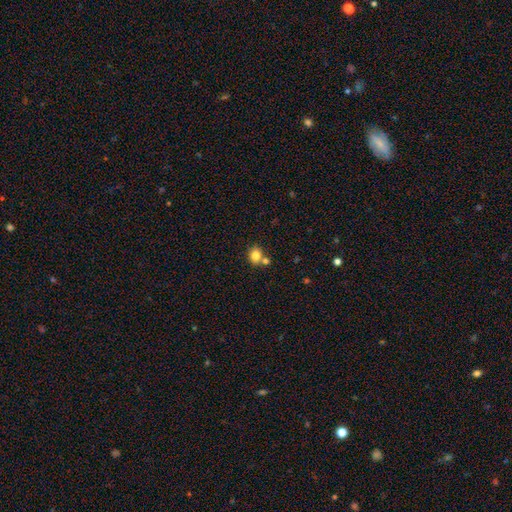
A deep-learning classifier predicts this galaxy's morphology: smooth_or_featured: smooth (p=0.82) [alt: star or artifact p=0.10]
how_rounded: round (p=0.59) [alt: in between p=0.40]
merging: none (p=0.61) [alt: merger p=0.26]